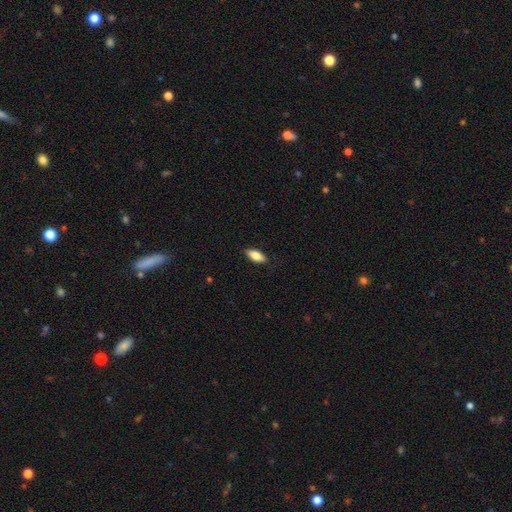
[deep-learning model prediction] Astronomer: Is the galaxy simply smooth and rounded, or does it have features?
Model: smooth — 80%.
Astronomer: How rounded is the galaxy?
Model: in between — 85%.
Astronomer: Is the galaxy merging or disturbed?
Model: none — 86%.